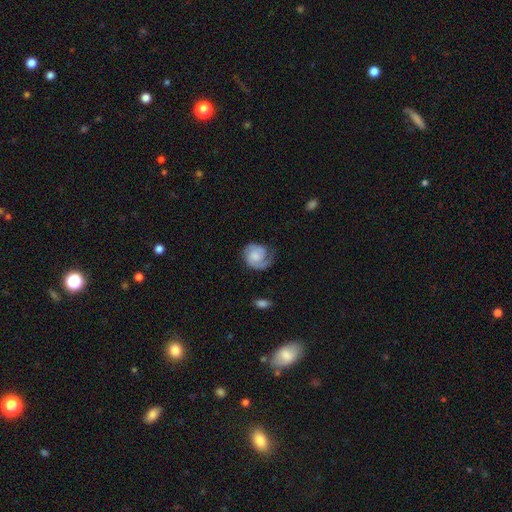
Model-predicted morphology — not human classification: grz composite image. It shows a featured or disk galaxy (72%) with no bar (65%), 2 (59%) tight (51%) spiral arms (95%) and no central bulge (32%). Merging: none (62%).